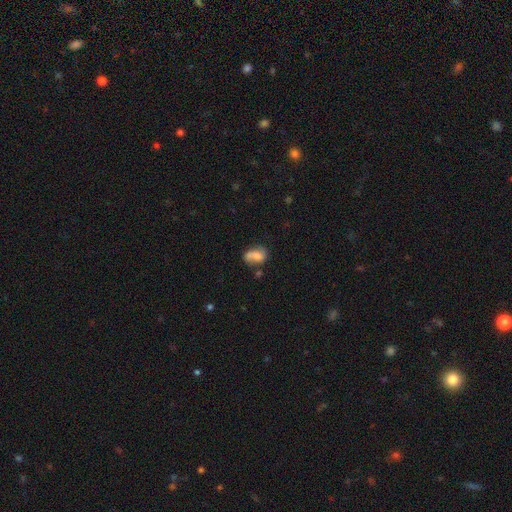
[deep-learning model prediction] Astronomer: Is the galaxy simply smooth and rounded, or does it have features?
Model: smooth — 56% (runner-up: featured or disk, 35%).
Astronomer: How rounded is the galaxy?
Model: in between — 76%.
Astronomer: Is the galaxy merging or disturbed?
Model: none — 42% (runner-up: merger, 25%).